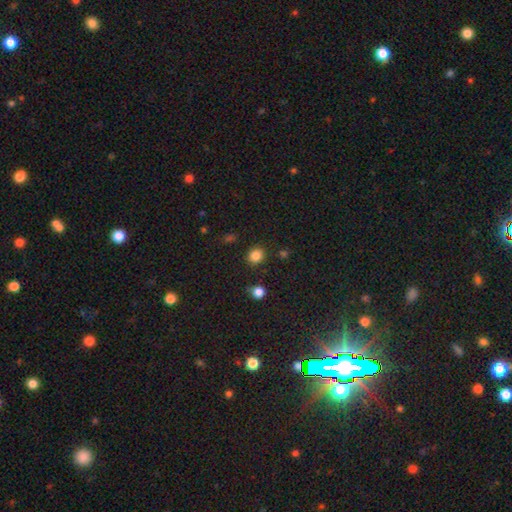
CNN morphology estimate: A smooth galaxy with no disk features (84%) that is round (74%). Merging: none (87%).